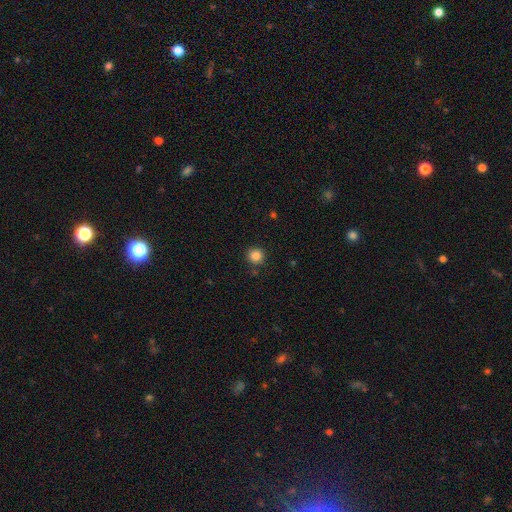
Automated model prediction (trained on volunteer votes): This appears to be a smooth galaxy with no disk features (85%) that is round (94%). Merging: none (88%).